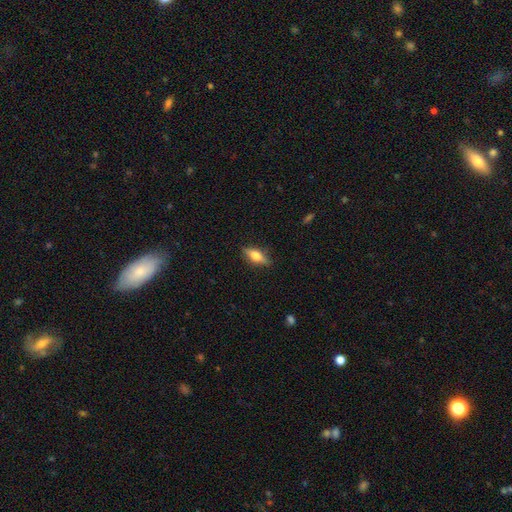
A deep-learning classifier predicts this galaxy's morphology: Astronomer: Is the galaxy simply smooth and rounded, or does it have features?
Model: smooth — 53% (runner-up: featured or disk, 40%).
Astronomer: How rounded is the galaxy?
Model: in between — 62%.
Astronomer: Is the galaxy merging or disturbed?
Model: none — 84%.